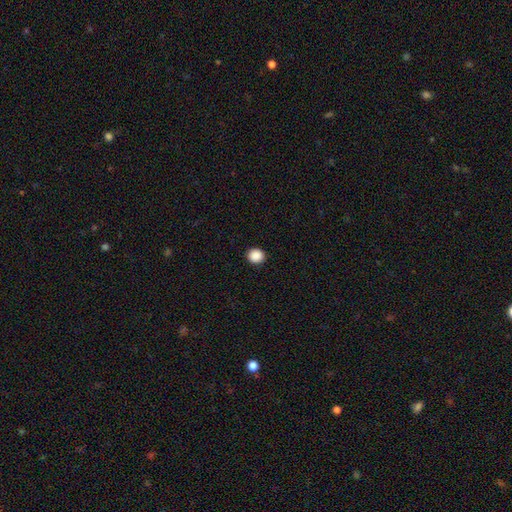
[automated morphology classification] Smooth or featured? smooth (89%)
How rounded? round (86%)
Merging? none (93%)